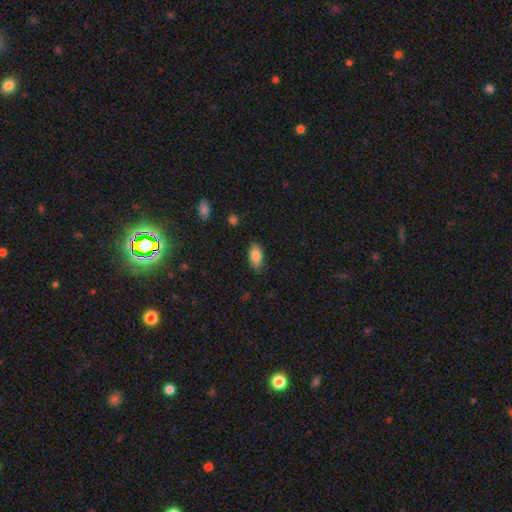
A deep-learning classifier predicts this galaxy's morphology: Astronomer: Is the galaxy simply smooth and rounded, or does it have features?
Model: smooth — 85%.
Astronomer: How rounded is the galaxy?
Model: in between — 92%.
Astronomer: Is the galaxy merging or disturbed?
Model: none — 85%.